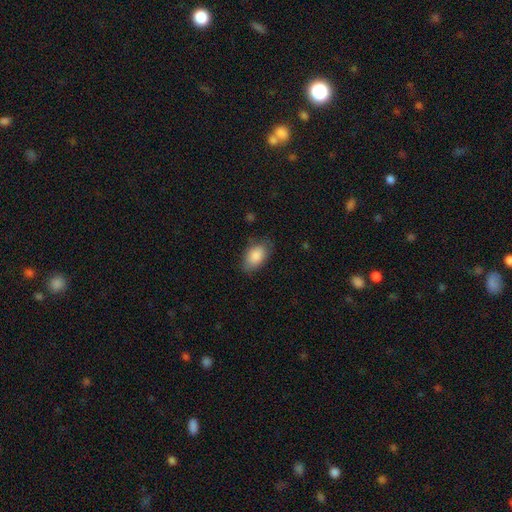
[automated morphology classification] This is clearly a smooth galaxy (87%). How rounded: clearly in between (92%). Merging: likely none (75%).